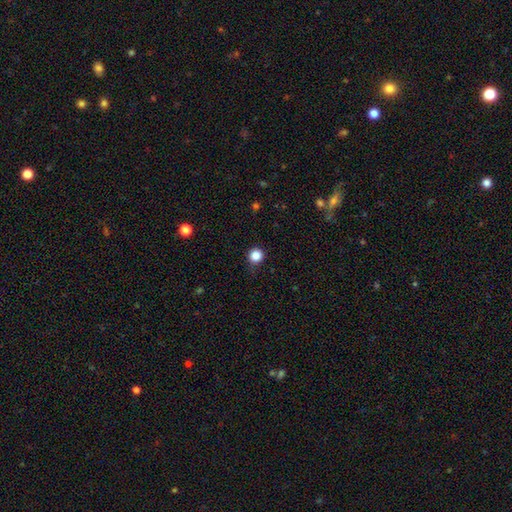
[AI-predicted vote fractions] Q: Smooth or featured?
A: smooth (85%); runner-up: star or artifact (12%)
Q: How rounded?
A: round (93%); runner-up: in between (6%)
Q: Merging?
A: none (84%); runner-up: minor disturbance (11%)